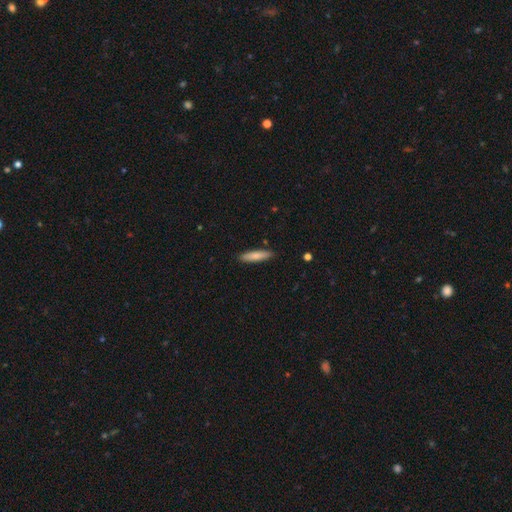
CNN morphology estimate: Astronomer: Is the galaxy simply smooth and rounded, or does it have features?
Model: smooth — 80%.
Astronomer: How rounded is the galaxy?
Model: cigar-shaped — 77%.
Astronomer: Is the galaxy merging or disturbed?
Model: none — 88%.